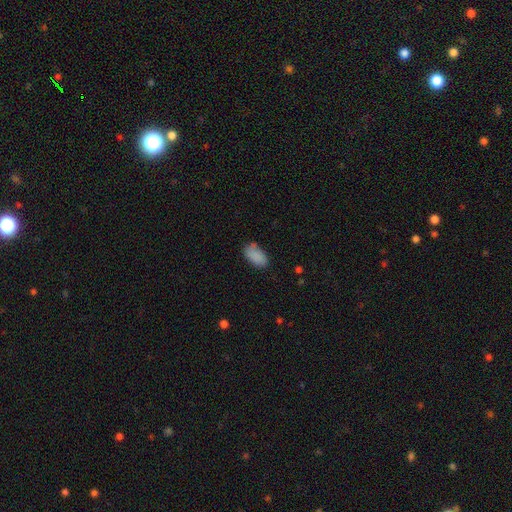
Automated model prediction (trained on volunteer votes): A smooth galaxy with no disk features (87%) that is in between round and cigar-shaped (94%).

Vote fractions:
- Smooth or featured? smooth: 87% / star or artifact: 7% / featured or disk: 6%
- How rounded? in between: 94% / round: 4% / cigar-shaped: 2%
- Merging? none: 72% / minor disturbance: 20% / major disturbance: 5% / merger: 3%